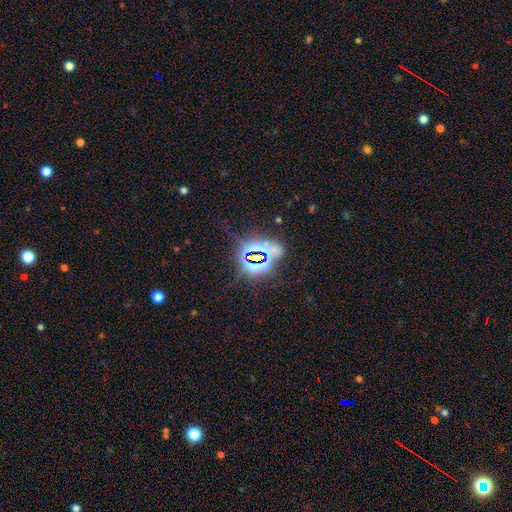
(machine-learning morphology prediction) Smooth or featured: star or artifact — 80% (smooth — 11%)